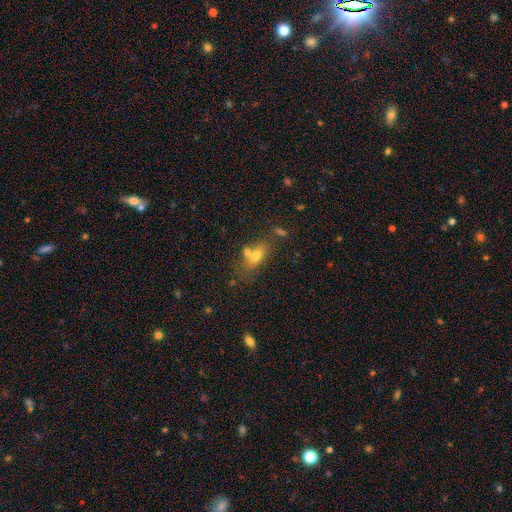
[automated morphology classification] Q: Smooth or featured?
A: smooth (67%); runner-up: featured or disk (21%)
Q: How rounded?
A: in between (76%); runner-up: cigar-shaped (13%)
Q: Merging?
A: none (48%); runner-up: merger (30%)